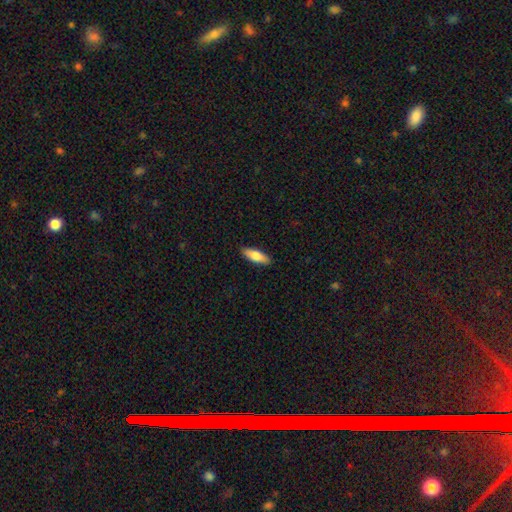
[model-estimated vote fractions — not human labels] Overall: smooth (76%). How rounded: in between (60%; cigar-shaped 38%). Merging: none (90%).